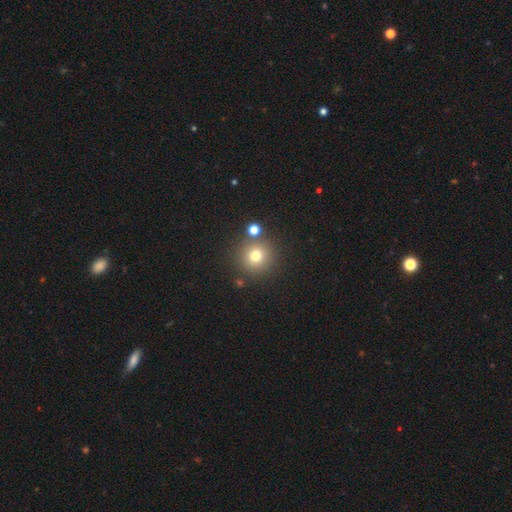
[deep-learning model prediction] Smooth or featured? smooth (74%)
How rounded? round (94%)
Merging? none (81%)